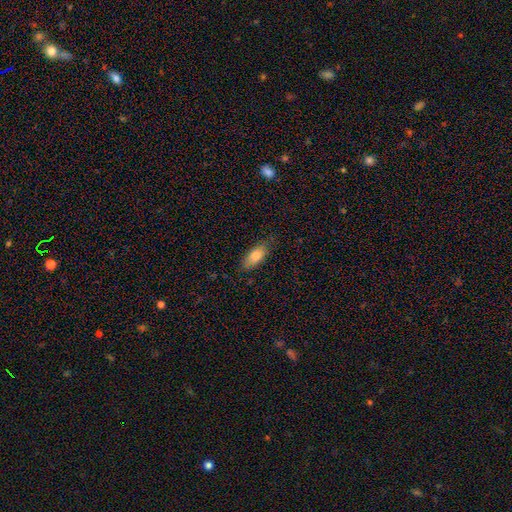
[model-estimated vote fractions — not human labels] Smooth or featured? Predicted: smooth (p=0.83). How rounded? Predicted: in between (p=0.81). Merging? Predicted: none (p=0.78).